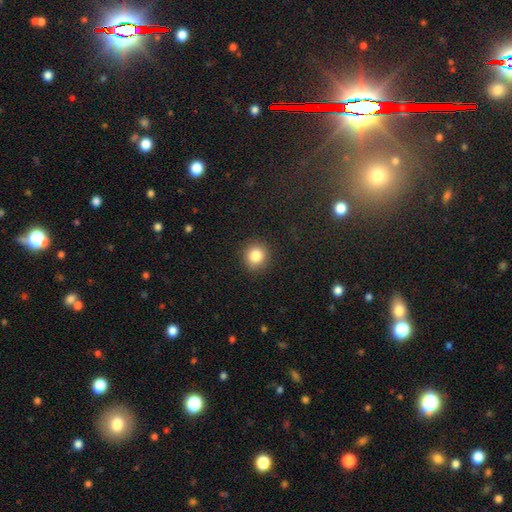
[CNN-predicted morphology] A smooth galaxy with no disk features (84%) that is round (89%).

Vote fractions:
- Smooth or featured? smooth: 84% / star or artifact: 10% / featured or disk: 6%
- How rounded? round: 89% / in between: 10% / cigar-shaped: 1%
- Merging? none: 90% / minor disturbance: 7% / major disturbance: 2% / merger: 1%